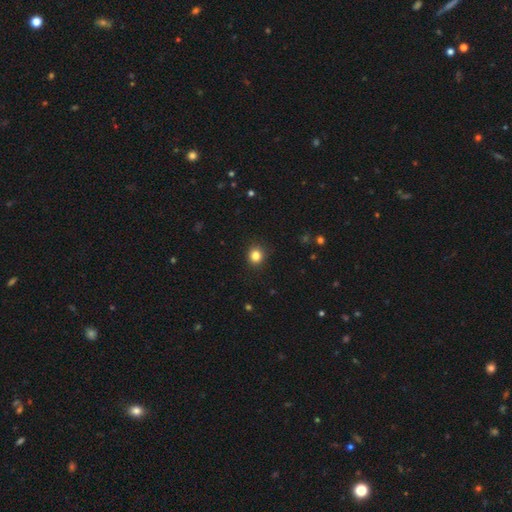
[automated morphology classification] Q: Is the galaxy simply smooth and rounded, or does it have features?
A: smooth — 84%.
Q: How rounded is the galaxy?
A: round — 85%.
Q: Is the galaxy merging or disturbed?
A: none — 90%.